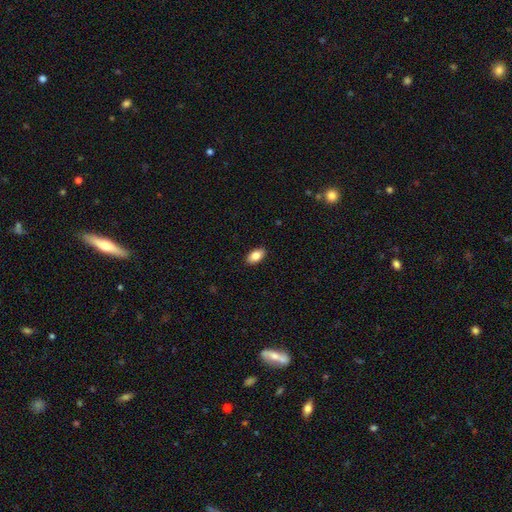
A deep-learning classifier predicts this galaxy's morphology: Overall: smooth (84%). How rounded: in between (93%). Merging: none (90%).